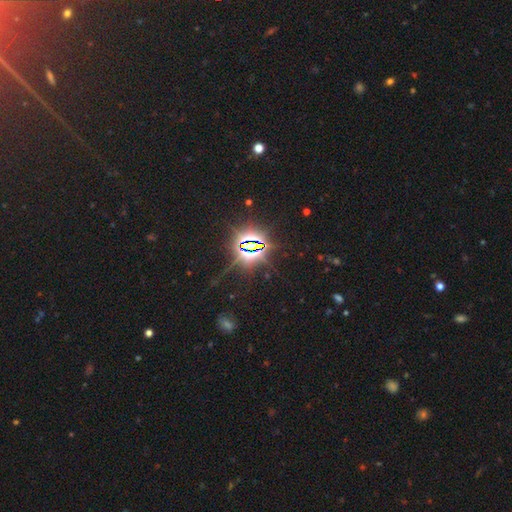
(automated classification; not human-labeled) Q: Smooth or featured?
A: star or artifact (84%); runner-up: featured or disk (8%)